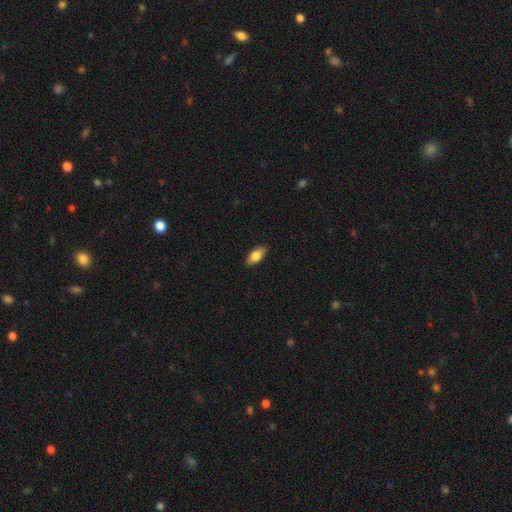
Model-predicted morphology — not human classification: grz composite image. It shows a smooth galaxy with no disk features (79%) that is in between round and cigar-shaped (88%). Merging: none (87%).